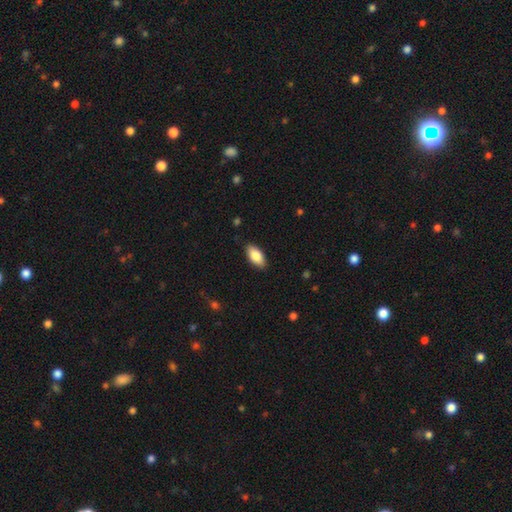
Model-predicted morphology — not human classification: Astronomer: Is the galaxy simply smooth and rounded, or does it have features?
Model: smooth — 83%.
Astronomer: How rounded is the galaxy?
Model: in between — 91%.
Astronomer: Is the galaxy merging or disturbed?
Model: none — 87%.